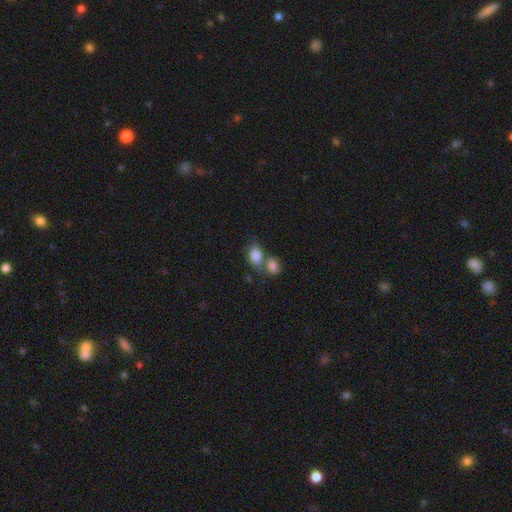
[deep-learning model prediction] A smooth galaxy with no disk features (82%) that is in between round and cigar-shaped (70%). Merging: merger (53%).